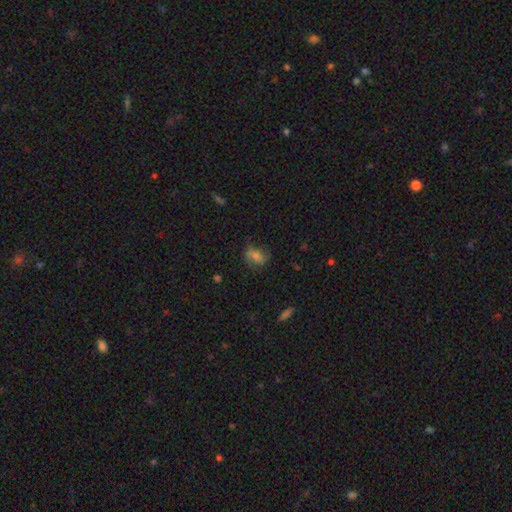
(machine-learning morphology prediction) A smooth galaxy with no disk features (62%) that is in between round and cigar-shaped (71%). Merging: none (68%).